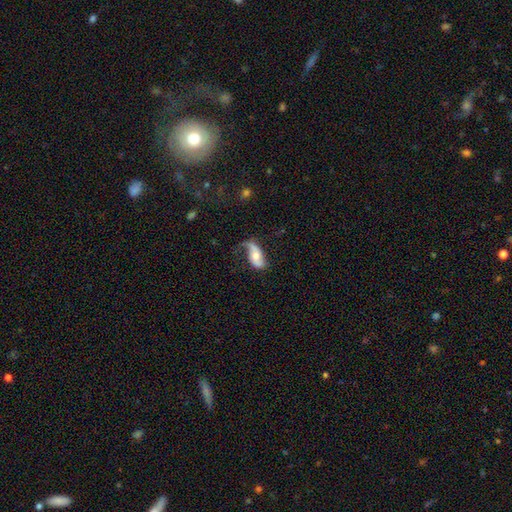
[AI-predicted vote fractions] Smooth or featured? Predicted: featured or disk (p=0.65). Edge-on disk? Predicted: no (p=0.91). Bar? Predicted: no (p=0.62). Spiral arms? Predicted: yes (p=0.87). Spiral winding? Predicted: loose (p=0.74). Spiral arm count? Predicted: 2 (p=0.77). Bulge size? Predicted: moderate (p=0.65). Merging? Predicted: none (p=0.50).